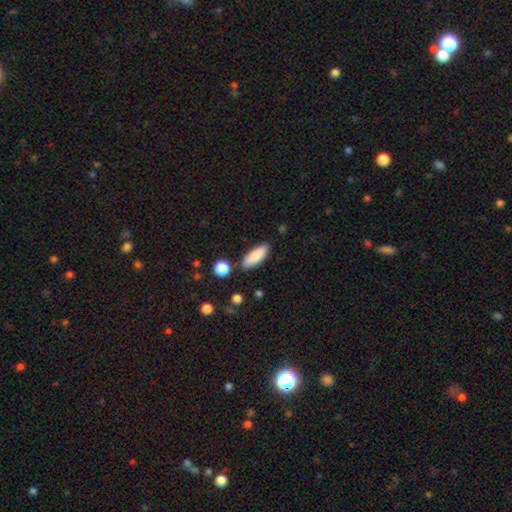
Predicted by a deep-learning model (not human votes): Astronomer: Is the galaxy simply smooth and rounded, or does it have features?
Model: smooth — 84%.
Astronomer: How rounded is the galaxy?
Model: in between — 68%.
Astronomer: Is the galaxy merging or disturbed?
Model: none — 84%.